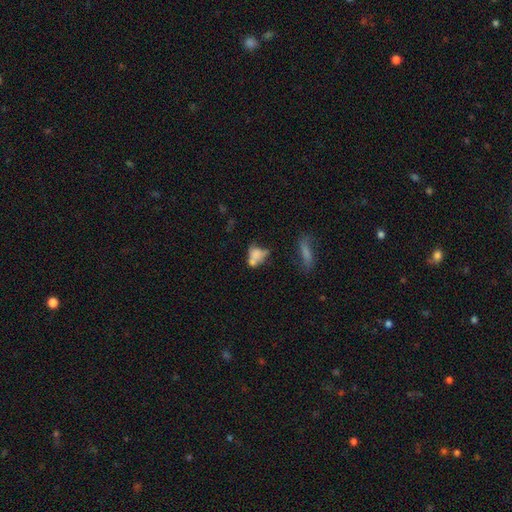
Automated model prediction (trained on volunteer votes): A smooth galaxy with no disk features (64%) that is in between round and cigar-shaped (71%). Merging: merger (39%).